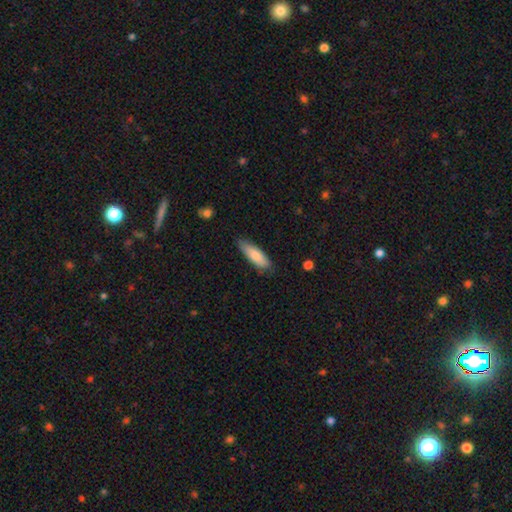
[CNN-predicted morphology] A smooth galaxy with no disk features (79%) that is cigar-shaped (50%). Merging: none (79%).